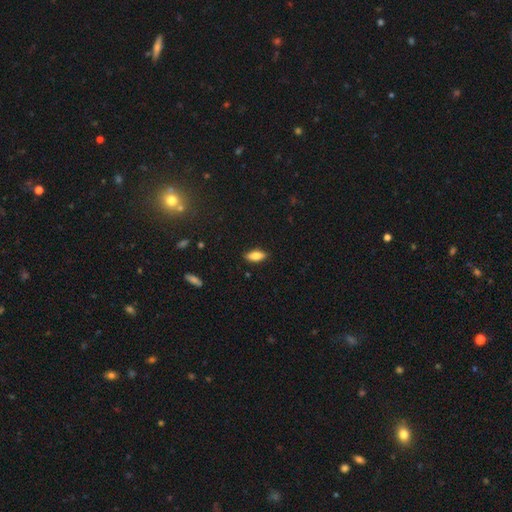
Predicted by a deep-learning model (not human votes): The model was most divided on "how rounded": in between: 75%, cigar-shaped: 22%, round: 2%. More confident: merging — none (88%); smooth or featured — smooth (78%).